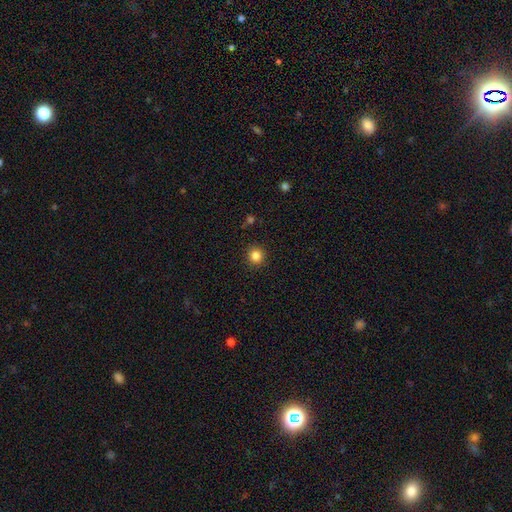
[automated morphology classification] Q: Smooth or featured?
A: smooth (84%); runner-up: star or artifact (11%)
Q: How rounded?
A: round (92%); runner-up: in between (7%)
Q: Merging?
A: none (91%); runner-up: minor disturbance (6%)